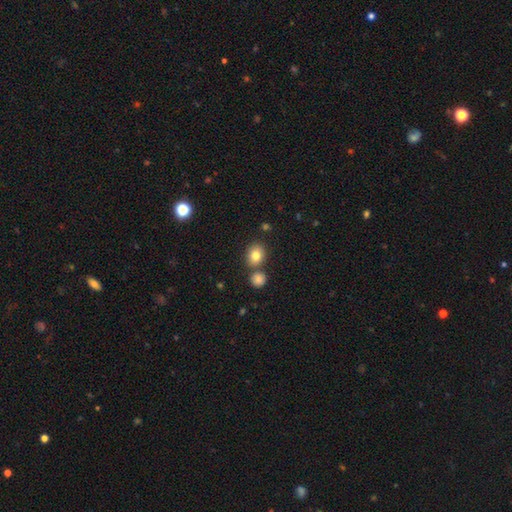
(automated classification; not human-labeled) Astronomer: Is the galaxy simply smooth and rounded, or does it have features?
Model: smooth — 81%.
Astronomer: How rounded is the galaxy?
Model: round — 59% (runner-up: in between, 40%).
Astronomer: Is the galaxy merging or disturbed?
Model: none — 69%.